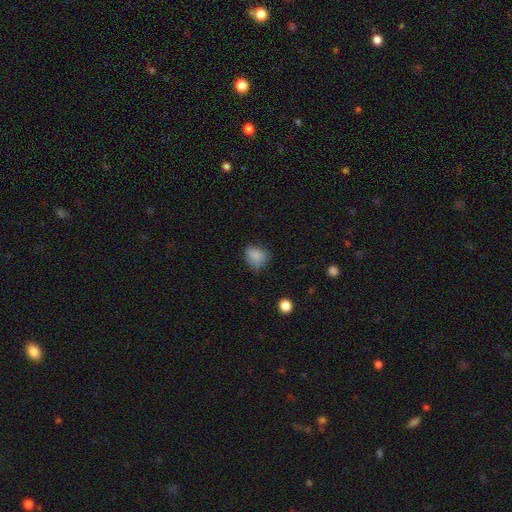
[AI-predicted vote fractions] Q: Smooth or featured?
A: smooth (82%); runner-up: star or artifact (11%)
Q: How rounded?
A: in between (50%); runner-up: round (49%)
Q: Merging?
A: none (59%); runner-up: minor disturbance (30%)